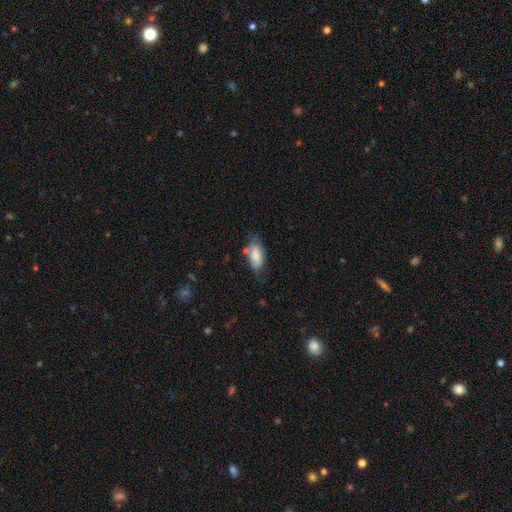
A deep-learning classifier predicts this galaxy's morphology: The model was most divided on "merging": none: 42%, minor disturbance: 34%, major disturbance: 15%, merger: 9%. More confident: how rounded — in between (91%); smooth or featured — smooth (75%).